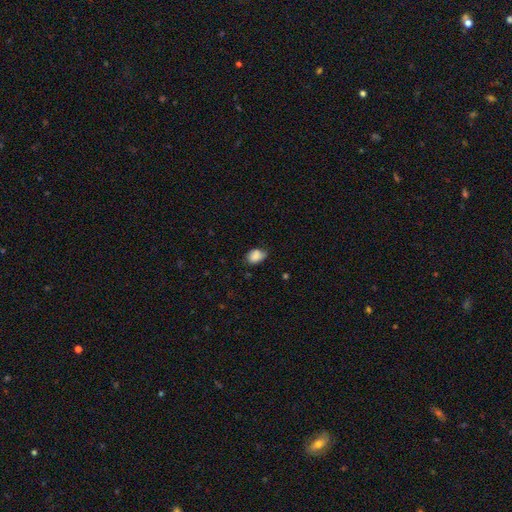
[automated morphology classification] Q: Smooth or featured?
A: smooth (85%); runner-up: star or artifact (8%)
Q: How rounded?
A: in between (70%); runner-up: round (29%)
Q: Merging?
A: none (56%); runner-up: minor disturbance (34%)